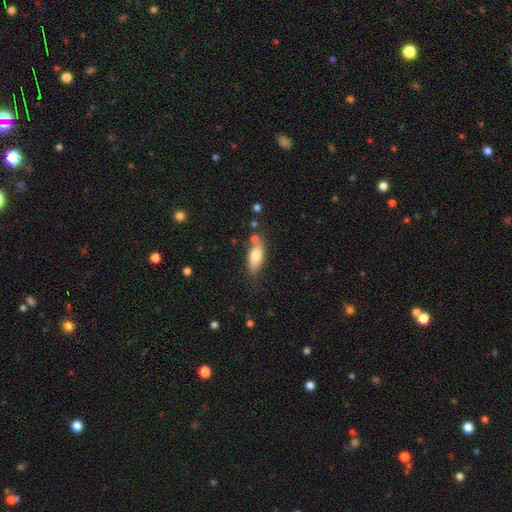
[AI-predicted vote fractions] Overall: smooth (77%). How rounded: in between (79%). Merging: none (66%).